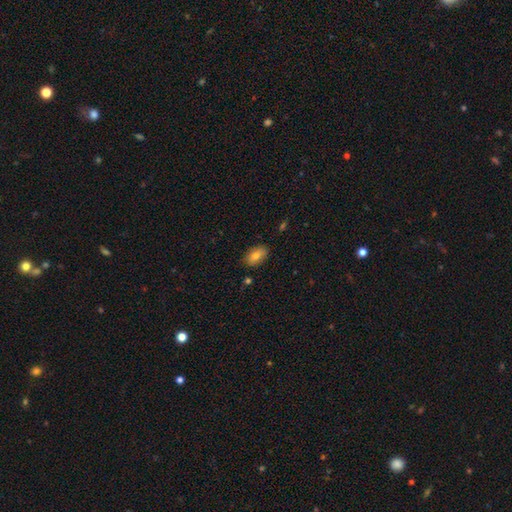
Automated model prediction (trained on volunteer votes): Smooth or featured? Predicted: smooth (p=0.77). How rounded? Predicted: in between (p=0.90). Merging? Predicted: none (p=0.85).